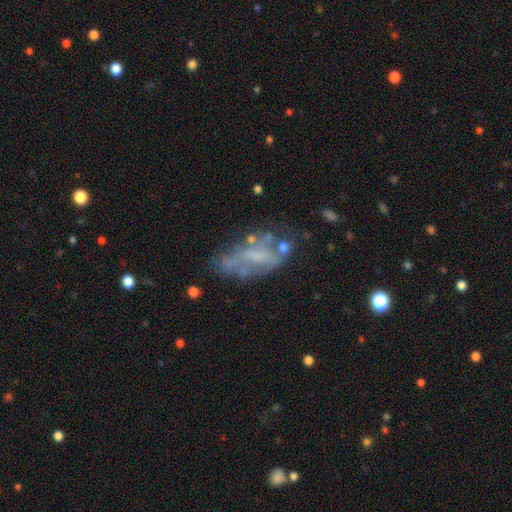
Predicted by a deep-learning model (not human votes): The model was most divided on "merging": none: 41%, minor disturbance: 24%, major disturbance: 23%, merger: 12%. More confident: edge-on disk — no (89%); spiral arms — no (75%); bar — no (65%); smooth or featured — featured or disk (57%); bulge size — none (54%).